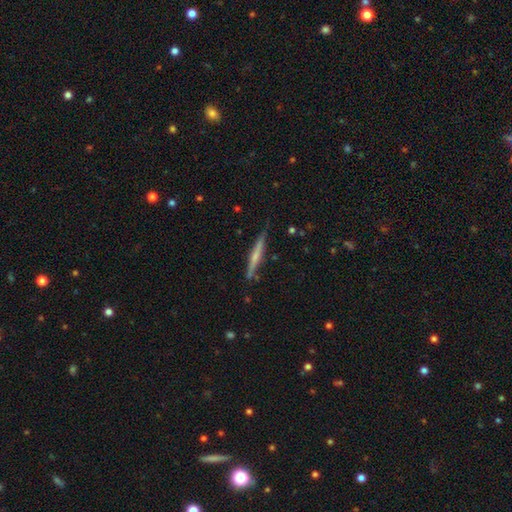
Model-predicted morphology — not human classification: Smooth or featured: featured or disk — 59% (smooth — 36%)
Edge-on disk: yes — 97% (no — 3%)
Edge-on bulge: rounded — 49% (none — 39%)
Merging: none — 83% (minor disturbance — 13%)